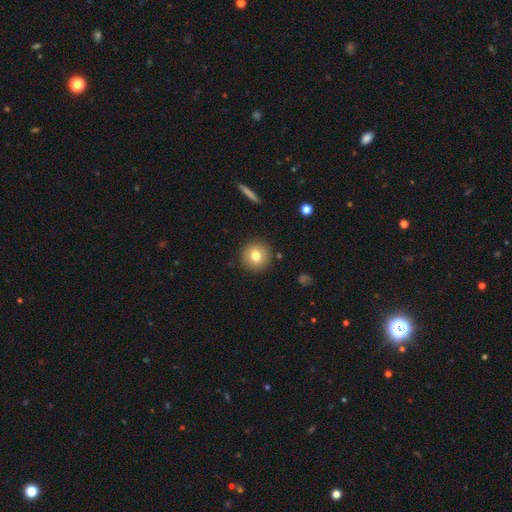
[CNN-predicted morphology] A smooth galaxy with no disk features (77%) that is round (93%). Merging: none (90%).